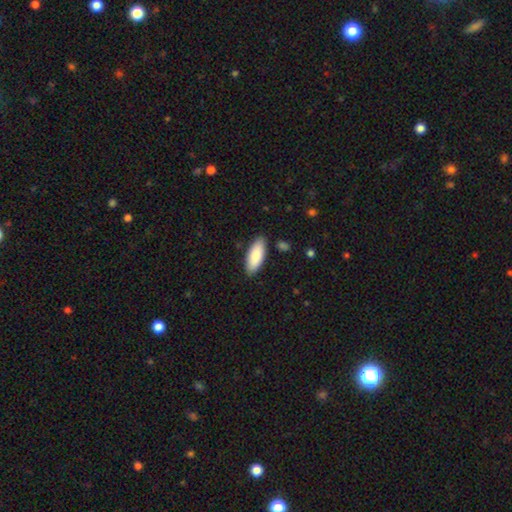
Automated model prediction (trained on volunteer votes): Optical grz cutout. It shows a smooth galaxy with no disk features (86%) that is in between round and cigar-shaped (77%). Merging: none (86%).